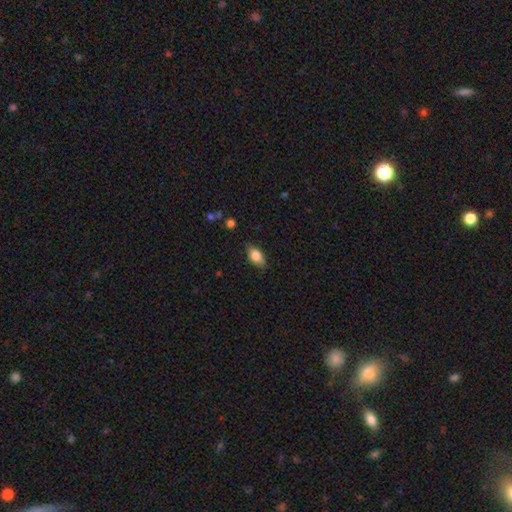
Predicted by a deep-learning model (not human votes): This is clearly a smooth galaxy (80%). How rounded: clearly in between (87%). Merging: clearly none (81%).